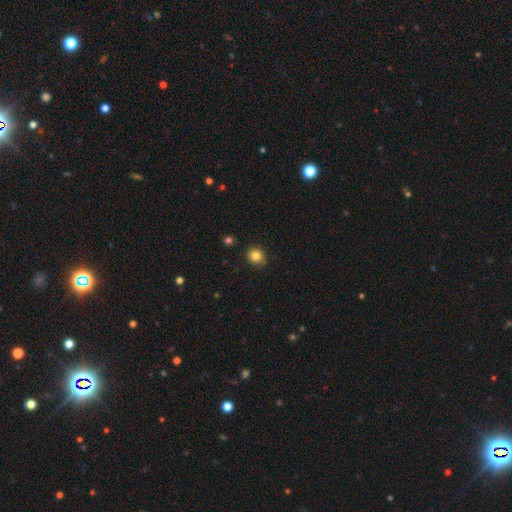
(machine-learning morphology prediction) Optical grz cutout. It shows a smooth galaxy with no disk features (83%) that is round (88%). Merging: none (89%).